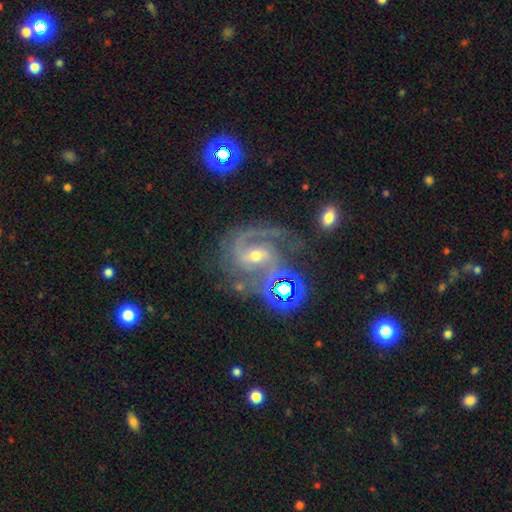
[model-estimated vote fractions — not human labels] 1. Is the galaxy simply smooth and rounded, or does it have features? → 86% featured or disk, 10% star or artifact, 5% smooth.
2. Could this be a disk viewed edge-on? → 97% no, 3% yes.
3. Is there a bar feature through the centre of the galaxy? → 44% weak, 36% strong, 20% no.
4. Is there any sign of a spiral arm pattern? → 98% yes, 2% no.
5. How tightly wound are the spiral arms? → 59% medium, 24% tight, 17% loose.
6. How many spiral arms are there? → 74% 2, 9% 3, 6% can't tell, 6% 1, 2% 4, 2% more than 4.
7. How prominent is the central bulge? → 54% moderate, 41% small, 3% large, 1% none, 1% dominant.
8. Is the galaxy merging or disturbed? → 55% none, 19% minor disturbance, 18% major disturbance, 8% merger.